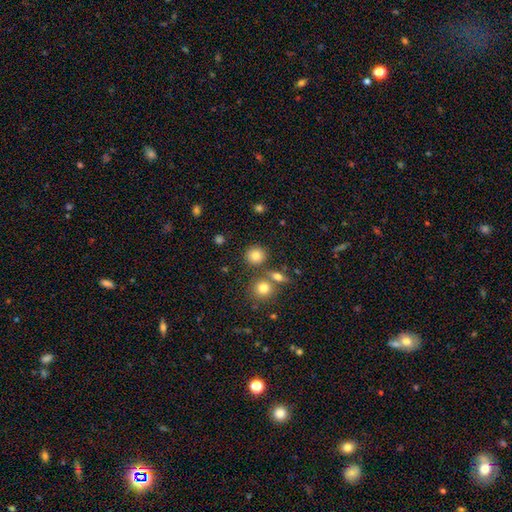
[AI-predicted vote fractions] A smooth galaxy with no disk features (81%) that is round (87%).

Vote fractions:
- Smooth or featured? smooth: 81% / star or artifact: 11% / featured or disk: 7%
- How rounded? round: 87% / in between: 11% / cigar-shaped: 1%
- Merging? none: 79% / merger: 10% / minor disturbance: 8% / major disturbance: 3%